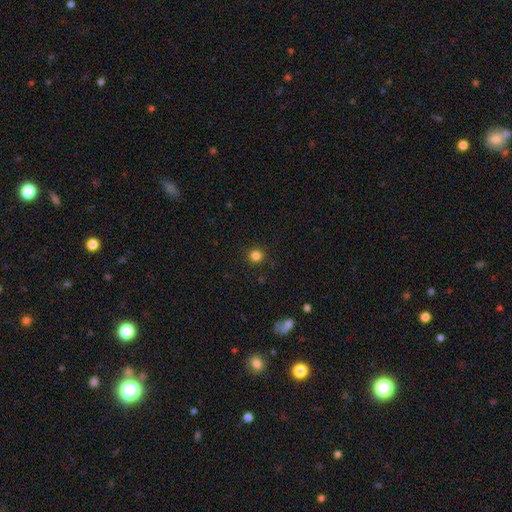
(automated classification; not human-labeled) smooth_or_featured: smooth (p=0.82) [alt: star or artifact p=0.14]
how_rounded: round (p=0.94) [alt: in between p=0.05]
merging: none (p=0.91) [alt: minor disturbance p=0.06]